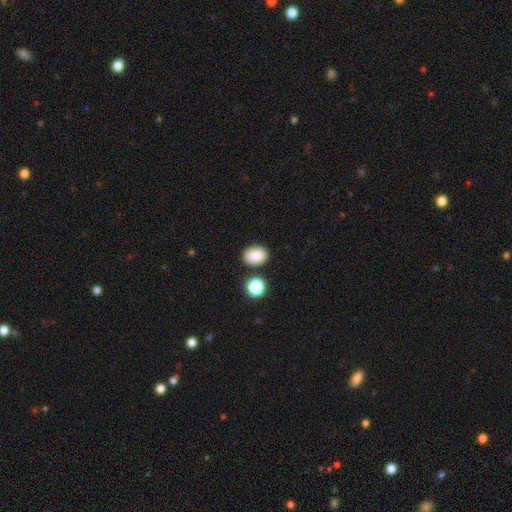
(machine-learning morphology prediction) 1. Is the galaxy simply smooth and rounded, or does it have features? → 86% smooth, 10% star or artifact, 4% featured or disk.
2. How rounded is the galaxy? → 69% in between, 30% round, 1% cigar-shaped.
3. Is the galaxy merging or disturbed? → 82% none, 9% minor disturbance, 6% merger, 3% major disturbance.